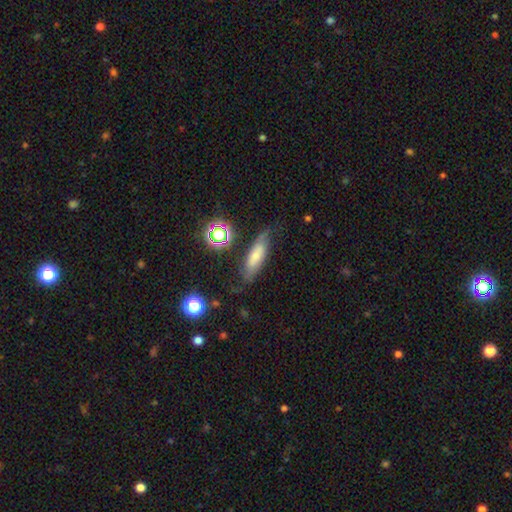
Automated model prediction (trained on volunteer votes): smooth 59%, featured or disk 29%, star or artifact 12%. Down the decision tree: how rounded — in between (51%); merging — none (66%).